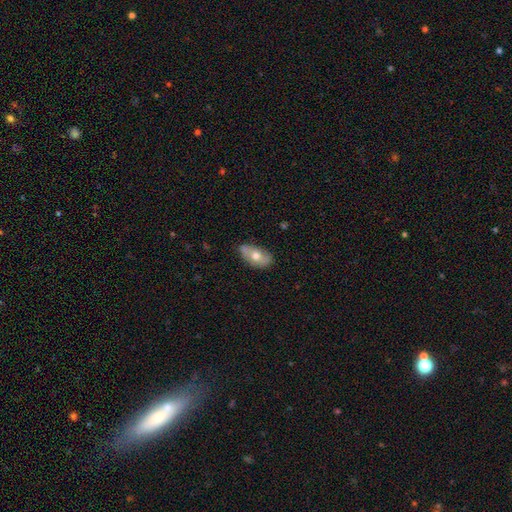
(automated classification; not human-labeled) Smooth or featured? smooth (57%)
How rounded? in between (91%)
Merging? none (71%)